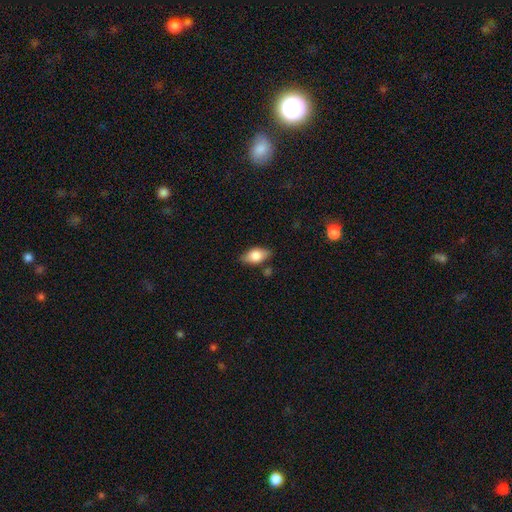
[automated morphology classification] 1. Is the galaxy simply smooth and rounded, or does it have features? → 74% smooth, 19% featured or disk, 7% star or artifact.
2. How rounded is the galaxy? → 88% in between, 6% cigar-shaped, 5% round.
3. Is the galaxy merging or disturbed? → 78% none, 15% minor disturbance, 4% merger, 3% major disturbance.